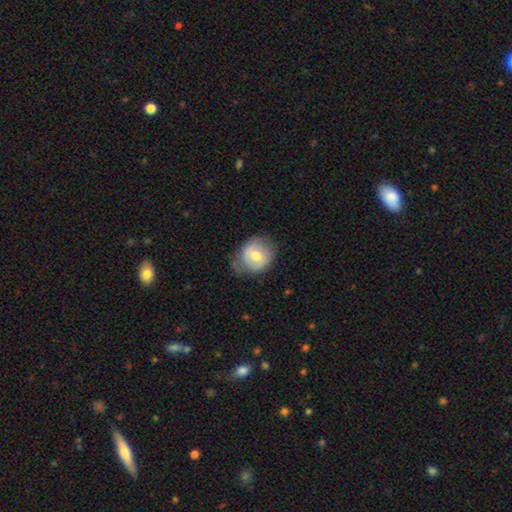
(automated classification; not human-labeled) Q: Smooth or featured?
A: smooth (63%); runner-up: featured or disk (30%)
Q: How rounded?
A: round (77%); runner-up: in between (22%)
Q: Merging?
A: none (60%); runner-up: minor disturbance (29%)